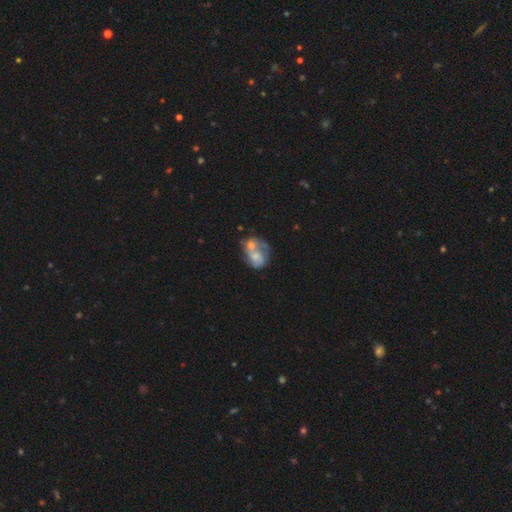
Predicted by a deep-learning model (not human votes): Smooth or featured? Predicted: featured or disk (p=0.52). Edge-on disk? Predicted: no (p=0.98). Bar? Predicted: no (p=0.80). Spiral arms? Predicted: yes (p=0.50, tied with no). Bulge size? Predicted: moderate (p=0.38). Merging? Predicted: merger (p=0.60).